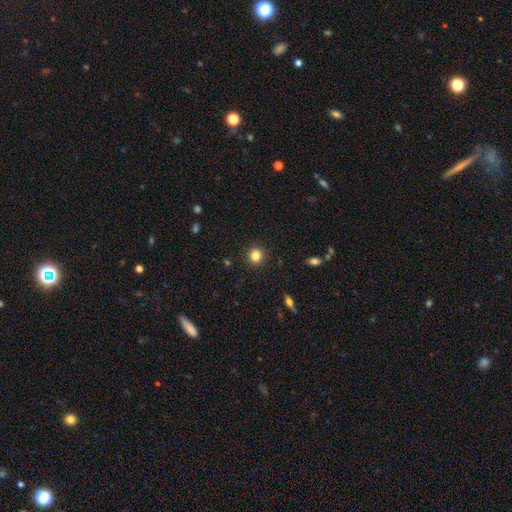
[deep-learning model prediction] Smooth or featured? Predicted: smooth (p=0.83). How rounded? Predicted: round (p=0.92). Merging? Predicted: none (p=0.92).